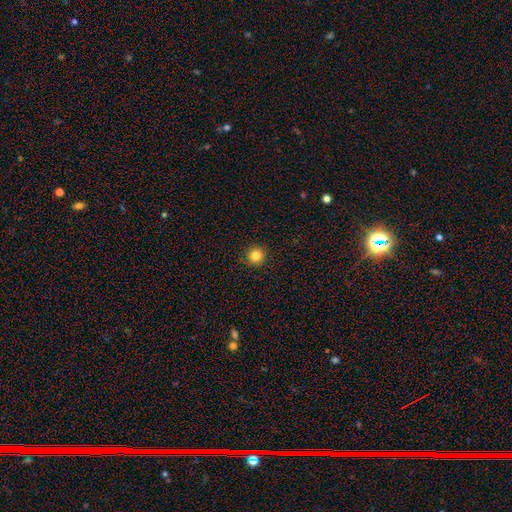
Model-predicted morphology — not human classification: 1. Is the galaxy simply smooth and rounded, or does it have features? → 83% smooth, 12% star or artifact, 5% featured or disk.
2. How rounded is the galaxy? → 95% round, 4% in between, 1% cigar-shaped.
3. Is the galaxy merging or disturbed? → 92% none, 5% minor disturbance, 2% major disturbance, 1% merger.